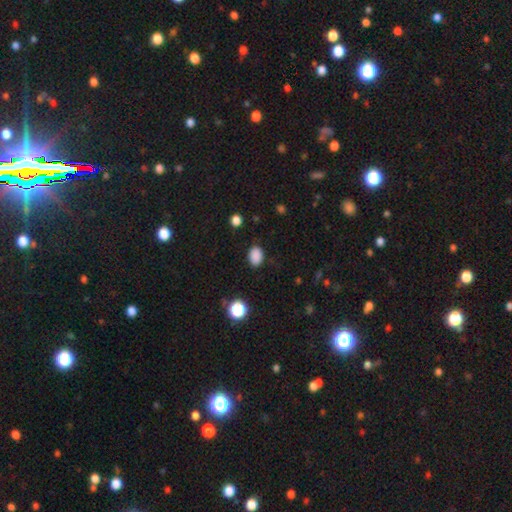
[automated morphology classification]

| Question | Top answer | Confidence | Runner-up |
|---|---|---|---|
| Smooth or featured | smooth | 86% | star or artifact (11%) |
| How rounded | in between | 75% | round (24%) |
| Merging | none | 86% | minor disturbance (10%) |